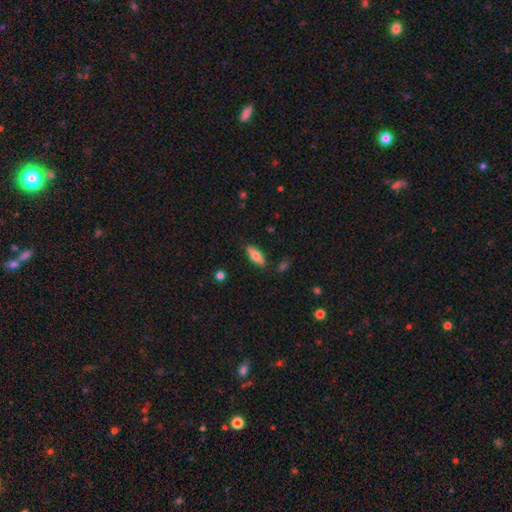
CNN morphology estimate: The model was most divided on "smooth or featured": smooth: 76%, featured or disk: 17%, star or artifact: 7%. More confident: merging — none (83%); how rounded — in between (81%).